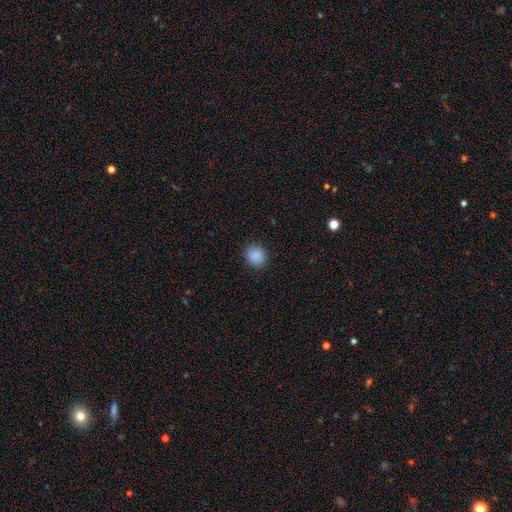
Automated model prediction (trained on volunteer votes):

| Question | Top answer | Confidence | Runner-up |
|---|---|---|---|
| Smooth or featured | smooth | 88% | star or artifact (9%) |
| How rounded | round | 74% | in between (25%) |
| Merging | none | 89% | minor disturbance (8%) |